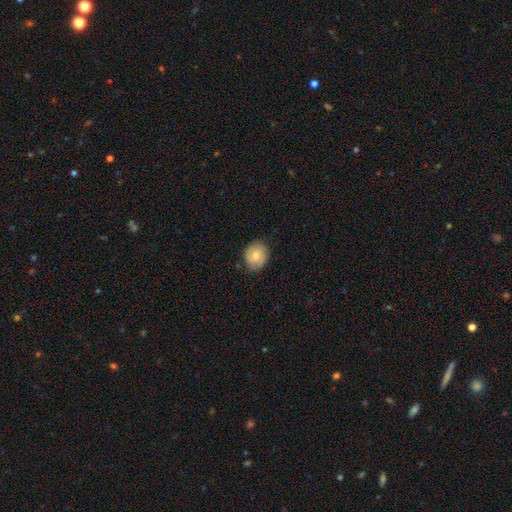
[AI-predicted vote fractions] smooth_or_featured: smooth (p=0.57) [alt: featured or disk p=0.36]
how_rounded: round (p=0.67) [alt: in between p=0.32]
merging: none (p=0.78) [alt: minor disturbance p=0.17]